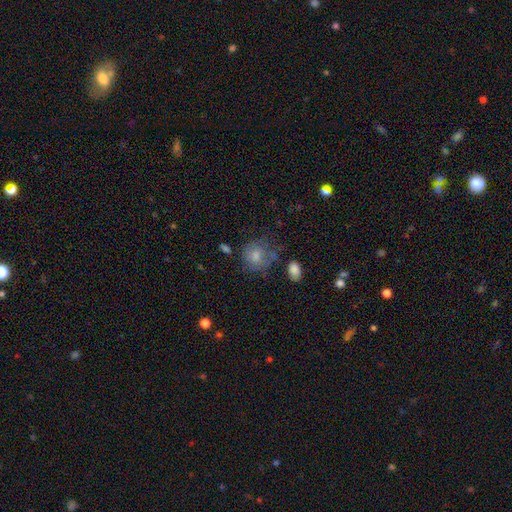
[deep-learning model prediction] smooth 56%, featured or disk 27%, star or artifact 17%. Down the decision tree: how rounded — round (79%); merging — none (60%).